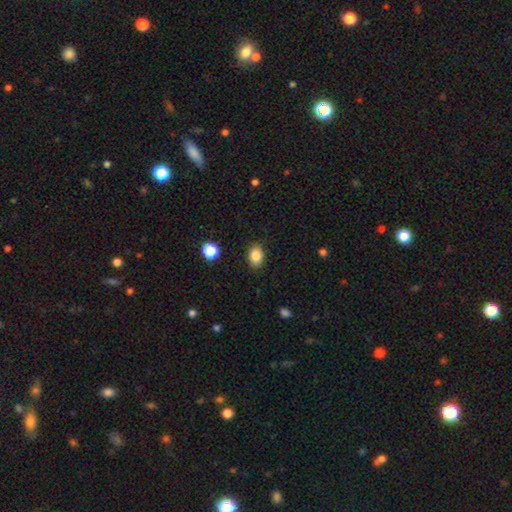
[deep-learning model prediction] This is clearly a smooth galaxy (86%). How rounded: likely in between (69%). Merging: clearly none (86%).